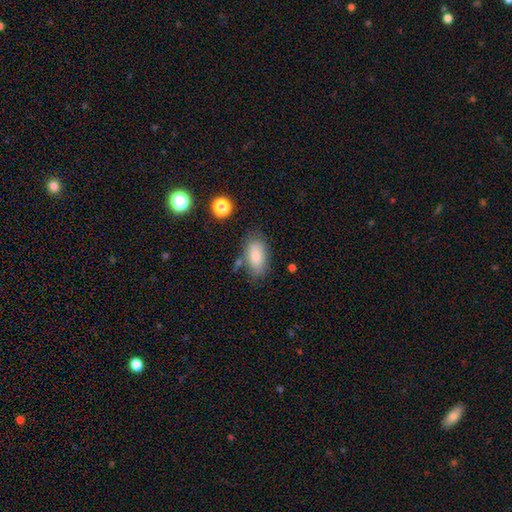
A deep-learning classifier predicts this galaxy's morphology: This is likely a smooth galaxy (80%). How rounded: clearly in between (91%). Merging: likely none (64%).